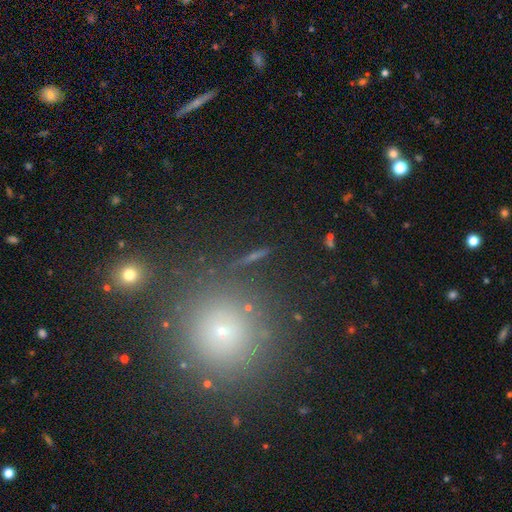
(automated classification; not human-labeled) smooth_or_featured: star or artifact (p=0.46) [alt: smooth p=0.31]